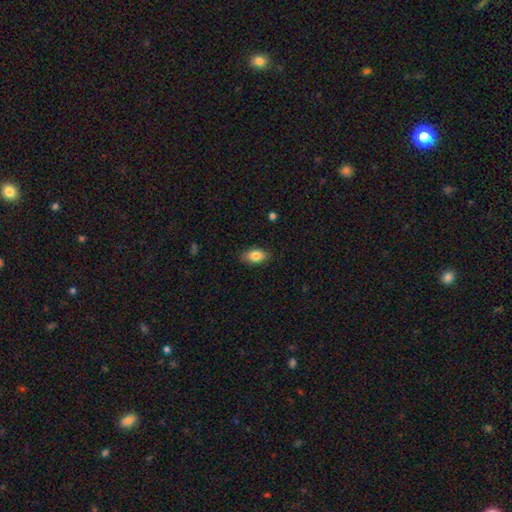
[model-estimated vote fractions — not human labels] This appears to be a smooth galaxy with no disk features (84%) that is in between round and cigar-shaped (89%). Merging: none (86%).